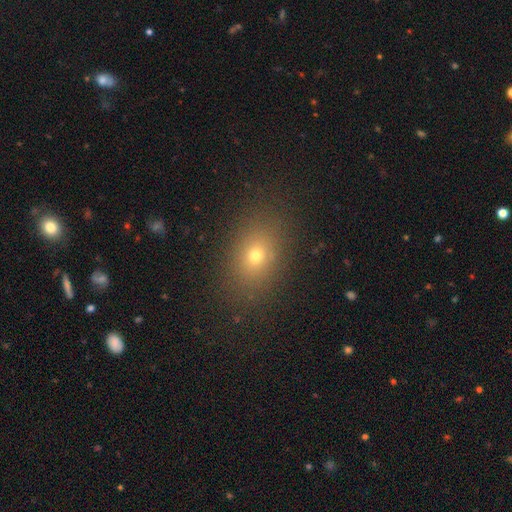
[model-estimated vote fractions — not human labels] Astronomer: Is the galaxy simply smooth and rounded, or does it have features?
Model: smooth — 69%.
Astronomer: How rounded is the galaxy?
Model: in between — 70%.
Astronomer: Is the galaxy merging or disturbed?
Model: none — 84%.